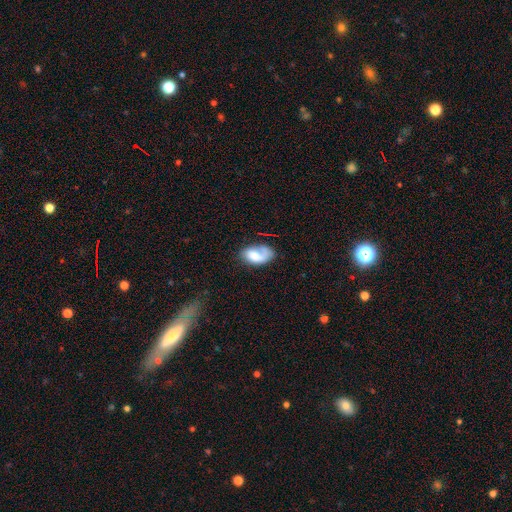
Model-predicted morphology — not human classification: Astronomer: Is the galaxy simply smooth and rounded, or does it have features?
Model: smooth — 59% (runner-up: featured or disk, 34%).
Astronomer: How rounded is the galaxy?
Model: in between — 92%.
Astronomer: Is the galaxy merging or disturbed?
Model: none — 46% (runner-up: minor disturbance, 26%).